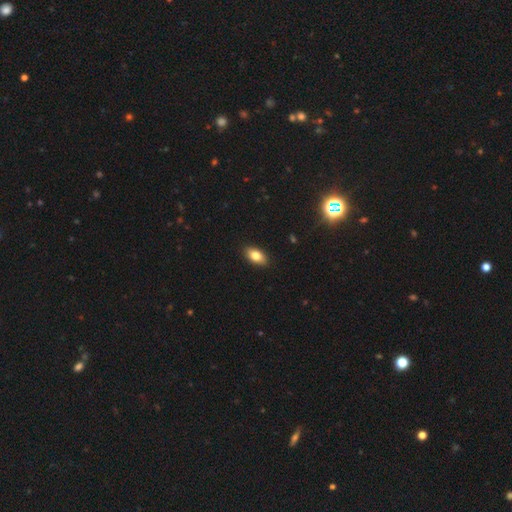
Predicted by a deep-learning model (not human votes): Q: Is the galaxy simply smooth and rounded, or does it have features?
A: smooth — 80%.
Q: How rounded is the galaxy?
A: in between — 90%.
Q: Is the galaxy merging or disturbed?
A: none — 89%.